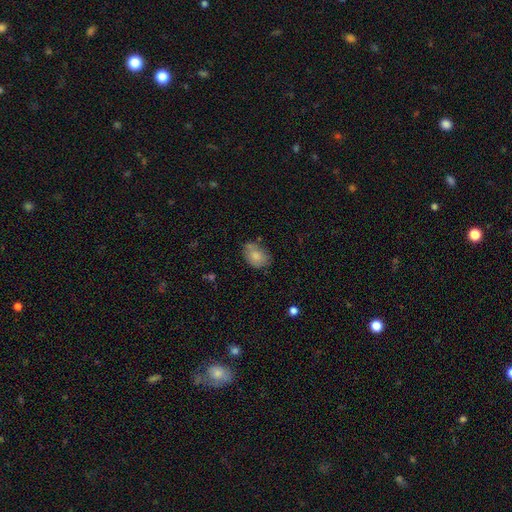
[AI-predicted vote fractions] Smooth or featured?
  - smooth: 80% *
  - featured or disk: 13%
  - star or artifact: 8%
How rounded?
  - in between: 81% *
  - round: 18%
  - cigar-shaped: 1%
Merging?
  - none: 63% *
  - minor disturbance: 25%
  - major disturbance: 6%
  - merger: 6%